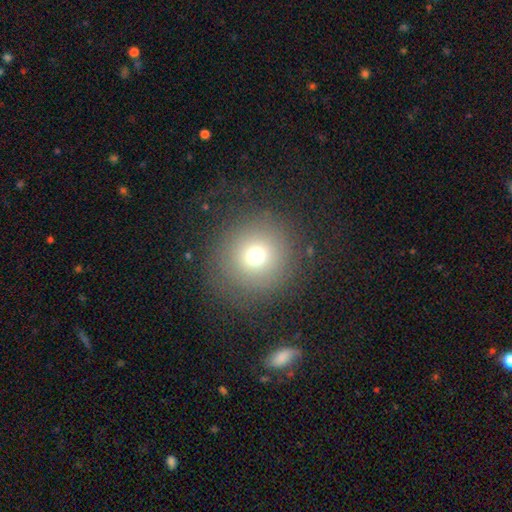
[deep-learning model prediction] Smooth or featured? Predicted: smooth (p=0.70). How rounded? Predicted: round (p=0.94). Merging? Predicted: none (p=0.83).